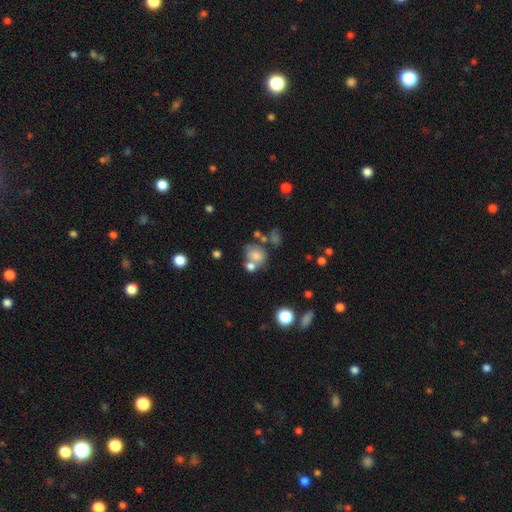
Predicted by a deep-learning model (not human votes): A smooth galaxy with no disk features (72%) that is round (53%).

Vote fractions:
- Smooth or featured? smooth: 72% / featured or disk: 16% / star or artifact: 12%
- How rounded? round: 53% / in between: 46% / cigar-shaped: 1%
- Merging? none: 41% / merger: 39% / minor disturbance: 13% / major disturbance: 7%